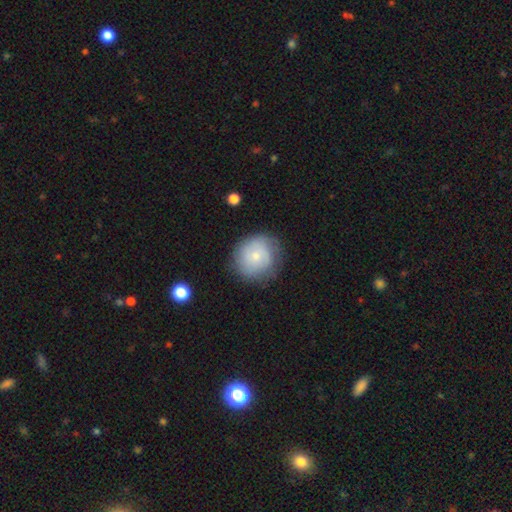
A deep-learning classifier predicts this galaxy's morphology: A smooth galaxy with no disk features (61%) that is round (87%). Merging: none (74%).